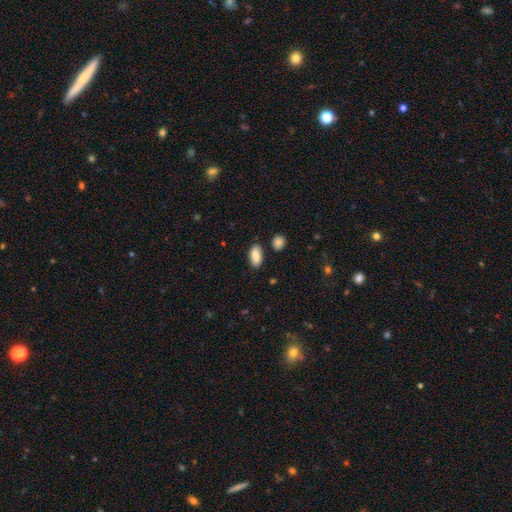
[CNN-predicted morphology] The model was most divided on "merging": none: 83%, minor disturbance: 11%, merger: 4%, major disturbance: 2%. More confident: how rounded — in between (91%); smooth or featured — smooth (88%).